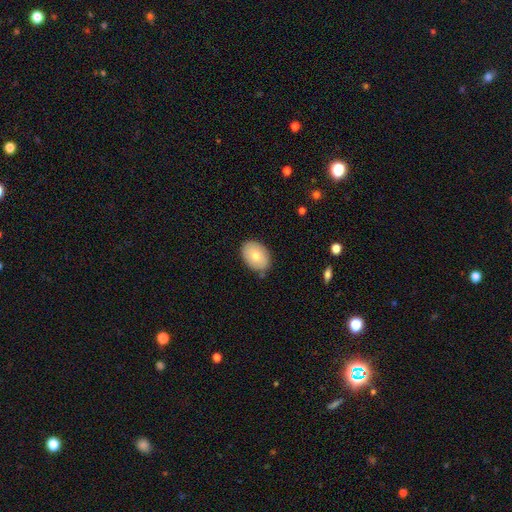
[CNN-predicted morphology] smooth-or-featured: smooth: 74% | featured or disk: 19% | star or artifact: 7%
  how-rounded: in between: 81% | round: 18% | cigar-shaped: 1%
  merging: none: 81% | minor disturbance: 15% | major disturbance: 3% | merger: 2%